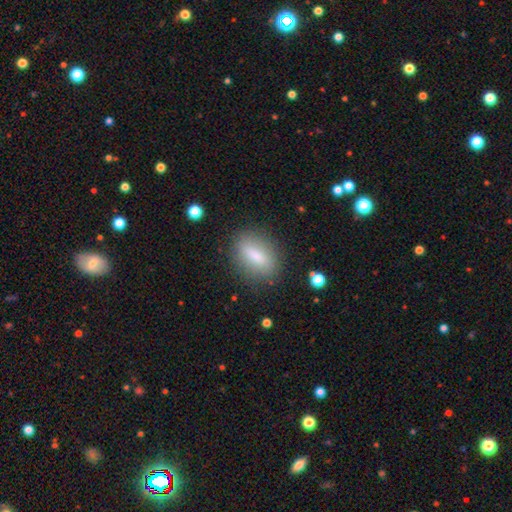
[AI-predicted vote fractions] A smooth galaxy with no disk features (72%) that is in between round and cigar-shaped (72%).

Vote fractions:
- Smooth or featured? smooth: 72% / featured or disk: 19% / star or artifact: 9%
- How rounded? in between: 72% / cigar-shaped: 16% / round: 12%
- Merging? none: 83% / minor disturbance: 11% / major disturbance: 4% / merger: 2%